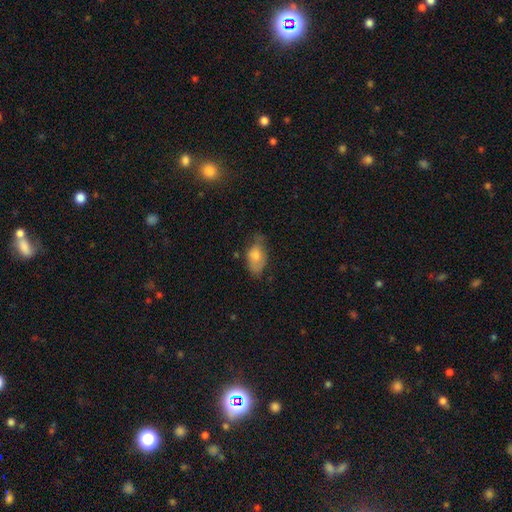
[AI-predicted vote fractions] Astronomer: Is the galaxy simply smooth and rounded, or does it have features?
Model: smooth — 75%.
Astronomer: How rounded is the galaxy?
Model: in between — 91%.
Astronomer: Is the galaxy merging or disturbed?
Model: none — 47% (runner-up: minor disturbance, 36%).